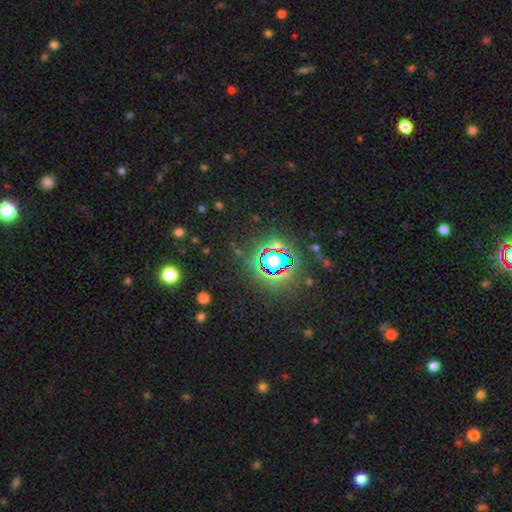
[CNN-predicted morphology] A star or artifact, not a galaxy (85%).

Vote fractions:
- Smooth or featured? star or artifact: 85% / smooth: 8% / featured or disk: 7%